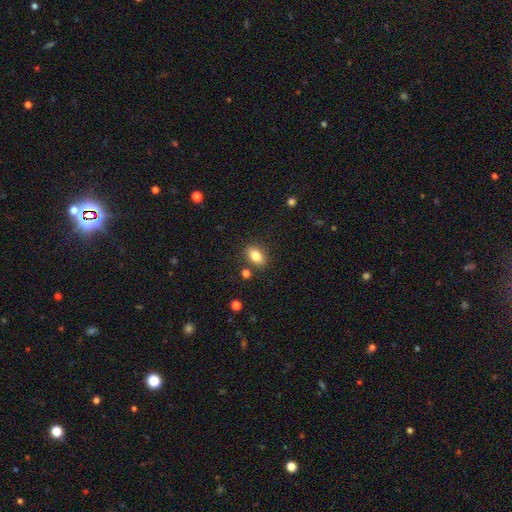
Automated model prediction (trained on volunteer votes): smooth 83%, star or artifact 9%, featured or disk 8%. Down the decision tree: how rounded — in between (86%); merging — none (83%).